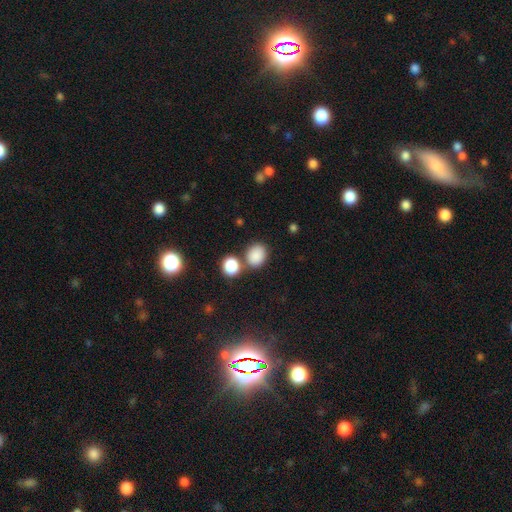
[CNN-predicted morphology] This is clearly a smooth galaxy (86%). How rounded: possibly in between (52%). Merging: likely none (66%).